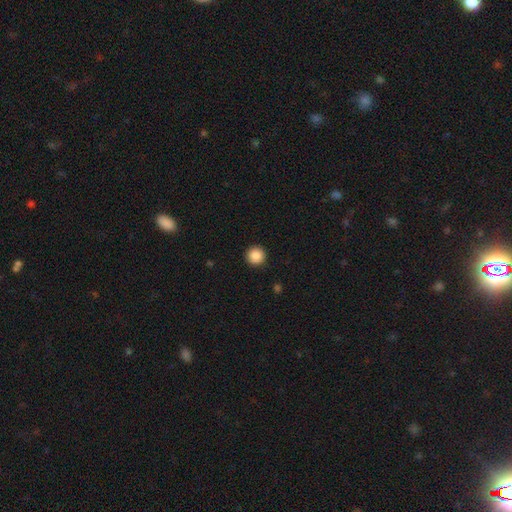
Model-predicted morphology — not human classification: A smooth galaxy with no disk features (87%) that is round (96%). Merging: none (93%).